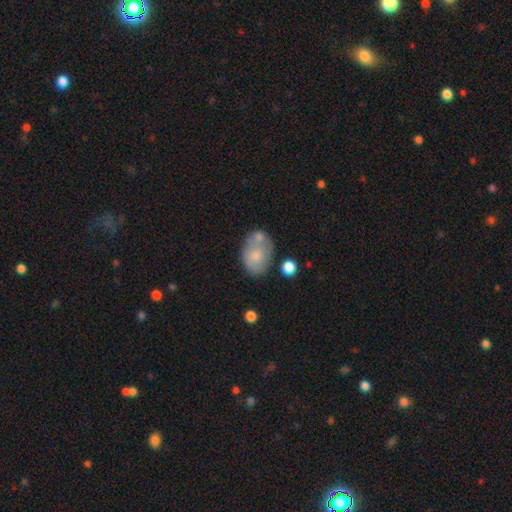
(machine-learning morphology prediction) This appears to be a smooth galaxy with no disk features (68%) that is in between round and cigar-shaped (82%). Merging: none (47%).